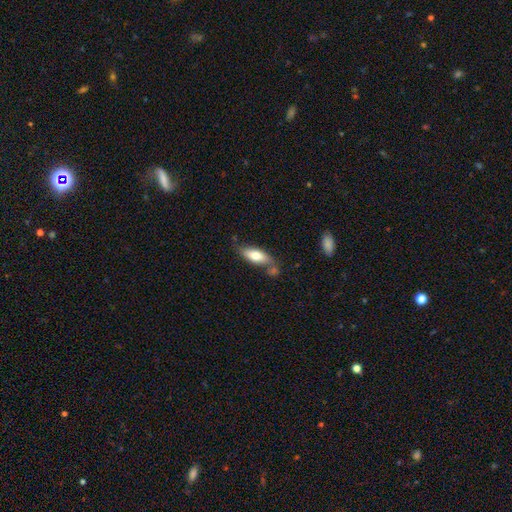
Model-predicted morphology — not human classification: Q: Smooth or featured?
A: smooth (71%); runner-up: featured or disk (23%)
Q: How rounded?
A: in between (72%); runner-up: cigar-shaped (25%)
Q: Merging?
A: none (59%); runner-up: minor disturbance (20%)